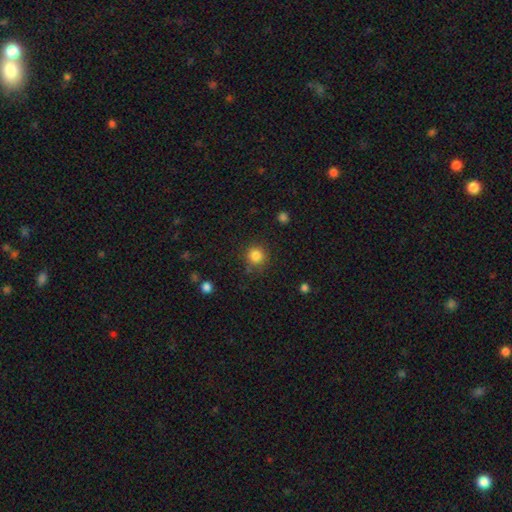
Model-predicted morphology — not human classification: Smooth or featured: smooth — 84% (star or artifact — 11%)
How rounded: round — 93% (in between — 6%)
Merging: none — 84% (minor disturbance — 10%)